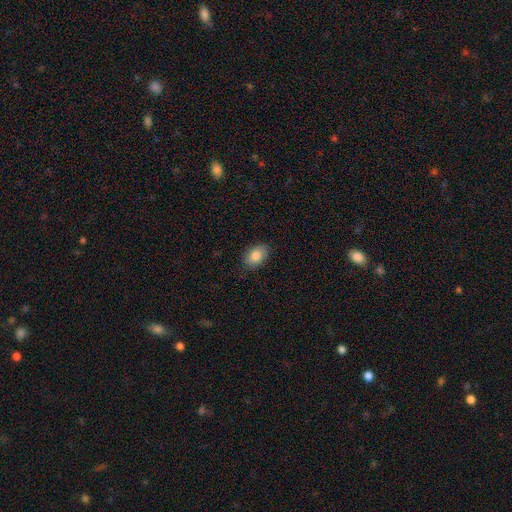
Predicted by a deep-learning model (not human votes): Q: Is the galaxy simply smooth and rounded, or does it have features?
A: smooth — 84%.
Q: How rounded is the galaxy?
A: in between — 83%.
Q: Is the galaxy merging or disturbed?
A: none — 86%.